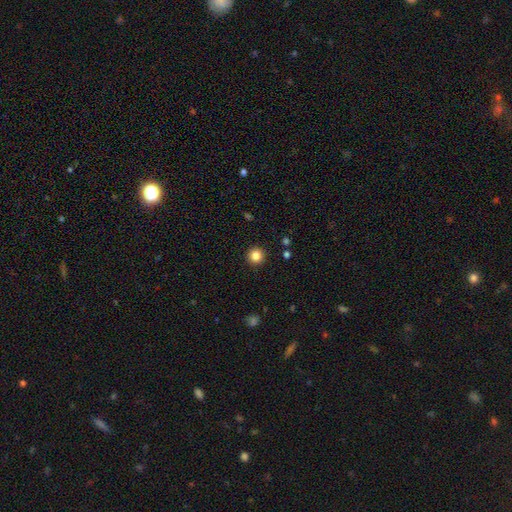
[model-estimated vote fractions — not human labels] The model was most divided on "smooth or featured": smooth: 84%, star or artifact: 11%, featured or disk: 5%. More confident: how rounded — round (96%); merging — none (93%).